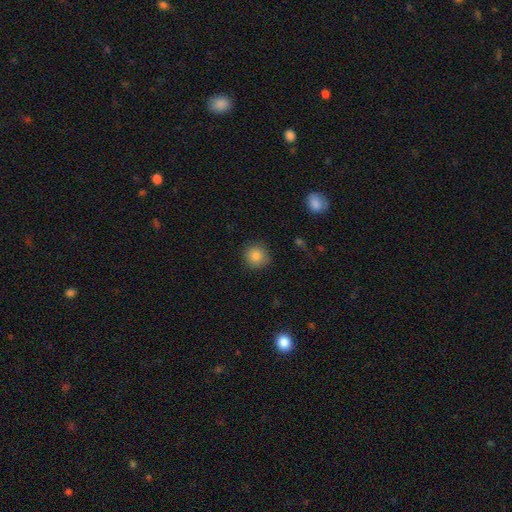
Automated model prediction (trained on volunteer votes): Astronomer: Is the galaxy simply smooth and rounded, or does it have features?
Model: smooth — 85%.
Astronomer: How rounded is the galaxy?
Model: round — 92%.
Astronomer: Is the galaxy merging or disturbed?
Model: none — 88%.